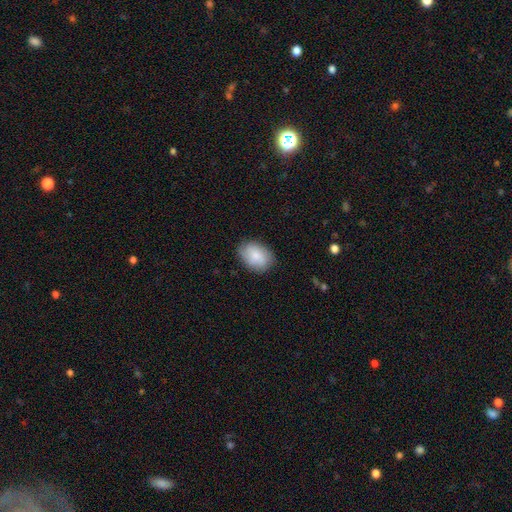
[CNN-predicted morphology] Smooth or featured? smooth (80%)
How rounded? in between (81%)
Merging? none (82%)